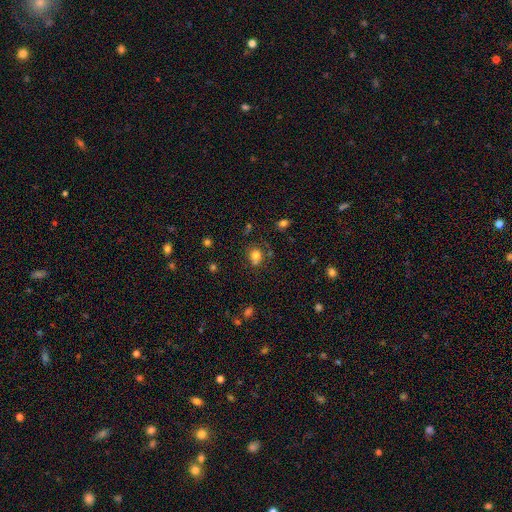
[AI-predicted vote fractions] smooth_or_featured: smooth (p=0.76) [alt: star or artifact p=0.15]
how_rounded: round (p=0.73) [alt: in between p=0.26]
merging: none (p=0.55) [alt: merger p=0.21]